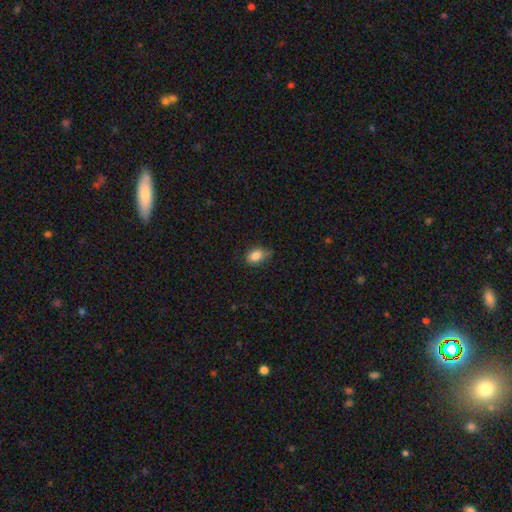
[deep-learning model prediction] Morphology: type=smooth (86%); roundness=in between (86%); merging=none (64%).